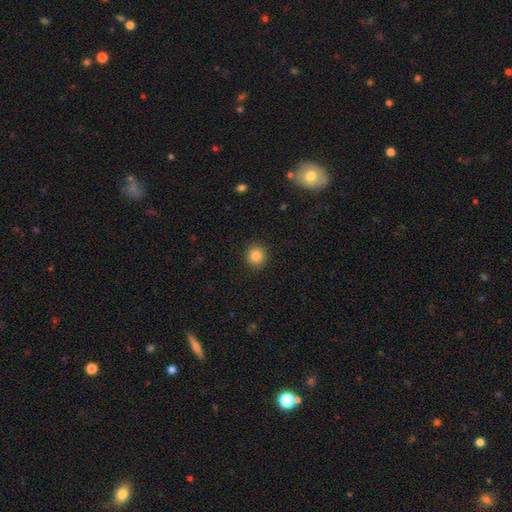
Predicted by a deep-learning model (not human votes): A smooth galaxy with no disk features (86%) that is round (90%). Merging: none (91%).